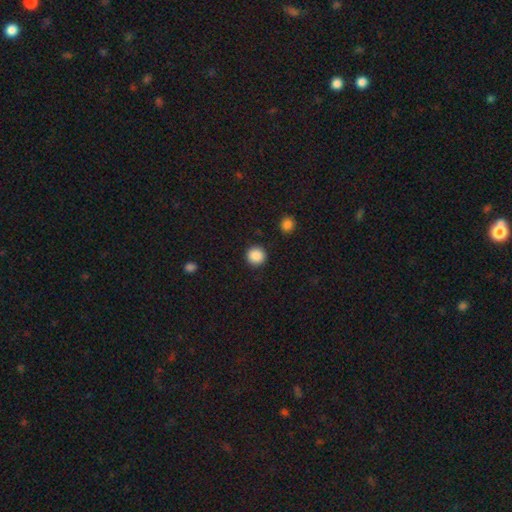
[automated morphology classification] smooth 89%, star or artifact 9%, featured or disk 3%. Down the decision tree: how rounded — round (95%); merging — none (92%).